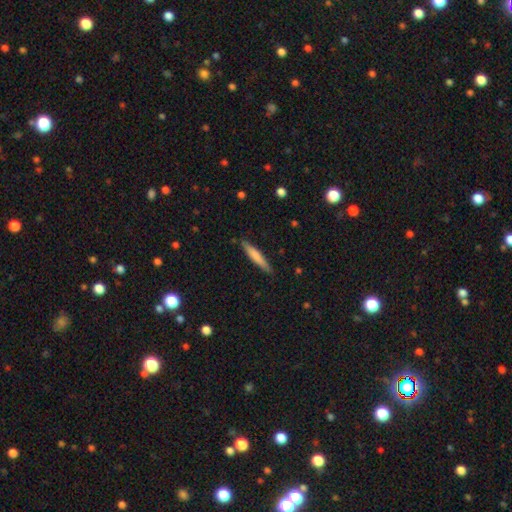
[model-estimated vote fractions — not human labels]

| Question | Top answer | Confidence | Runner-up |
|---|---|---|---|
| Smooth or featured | smooth | 70% | featured or disk (24%) |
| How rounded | cigar-shaped | 91% | in between (8%) |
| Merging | none | 87% | minor disturbance (10%) |